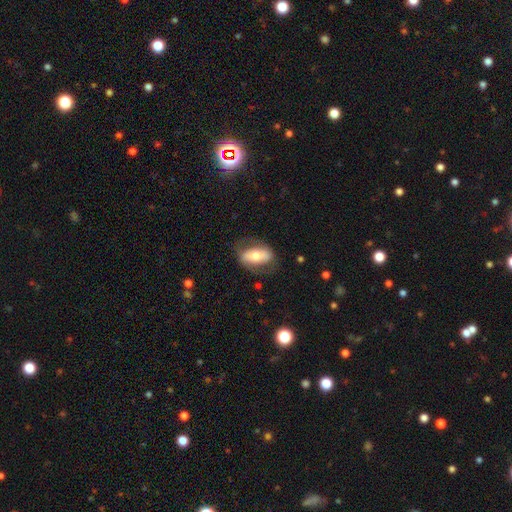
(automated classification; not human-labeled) A smooth galaxy with no disk features (50%) that is in between round and cigar-shaped (88%). Merging: none (69%).